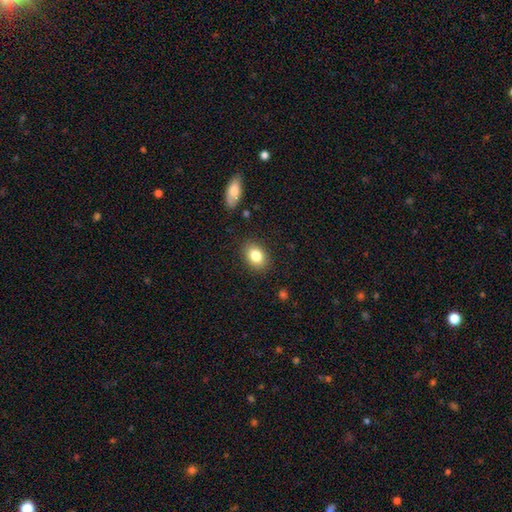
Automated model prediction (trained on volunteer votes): A smooth galaxy with no disk features (83%) that is in between round and cigar-shaped (75%).

Vote fractions:
- Smooth or featured? smooth: 83% / featured or disk: 9% / star or artifact: 8%
- How rounded? in between: 75% / round: 24% / cigar-shaped: 1%
- Merging? none: 87% / minor disturbance: 9% / major disturbance: 3% / merger: 1%